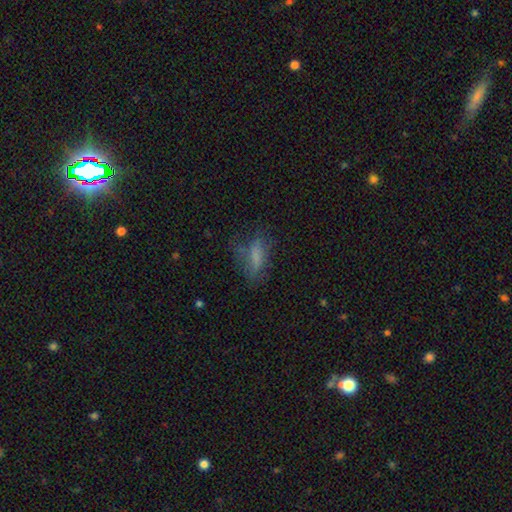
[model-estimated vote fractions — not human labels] Overall: smooth (65%). How rounded: in between (64%; cigar-shaped 32%). Merging: none (53%; minor disturbance 25%).